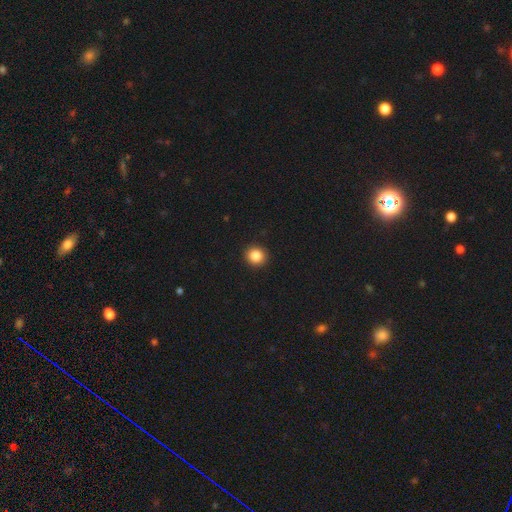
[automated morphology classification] A smooth galaxy with no disk features (86%) that is round (88%). Merging: none (93%).